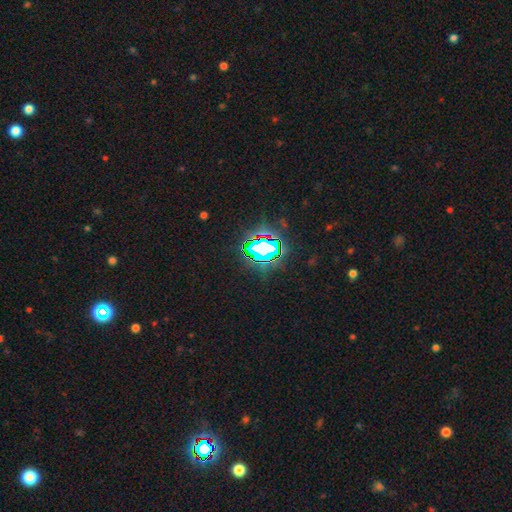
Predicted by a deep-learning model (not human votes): star or artifact 76%, smooth 14%, featured or disk 10%.